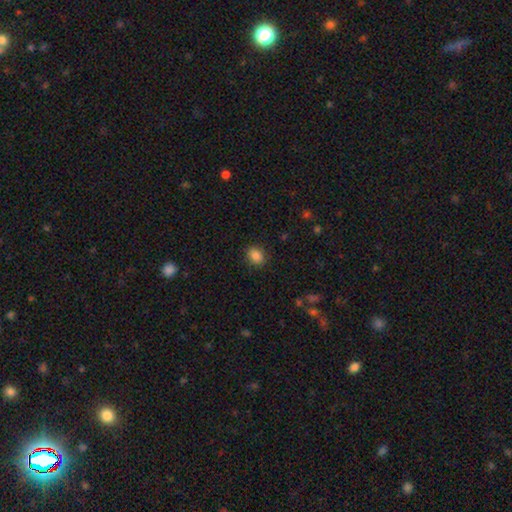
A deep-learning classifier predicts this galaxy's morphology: Smooth or featured? smooth (86%)
How rounded? round (50%)
Merging? none (88%)